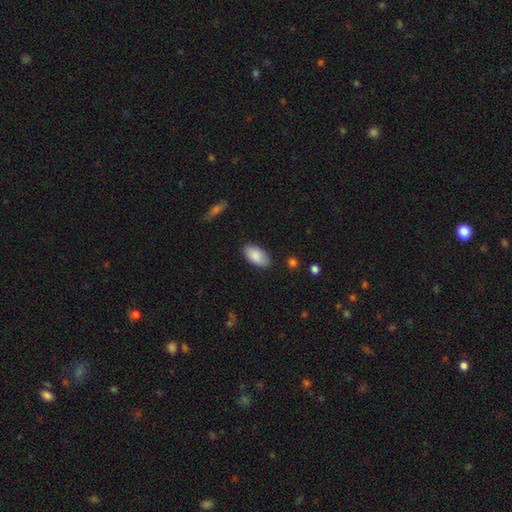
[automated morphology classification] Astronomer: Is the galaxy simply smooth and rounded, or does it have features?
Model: smooth — 87%.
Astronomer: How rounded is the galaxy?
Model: in between — 94%.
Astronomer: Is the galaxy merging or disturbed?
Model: none — 85%.